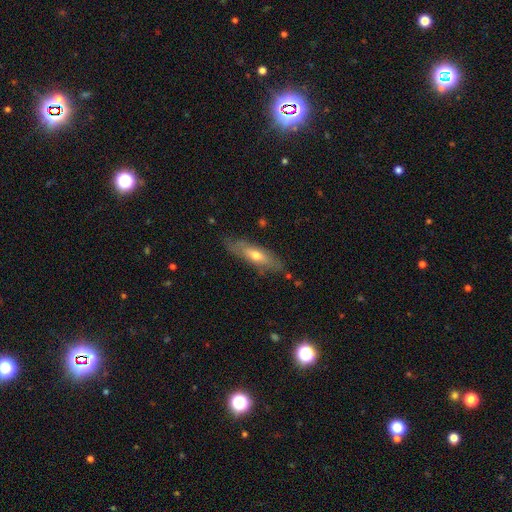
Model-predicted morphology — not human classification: Smooth or featured? smooth (51%)
How rounded? cigar-shaped (56%)
Merging? none (74%)